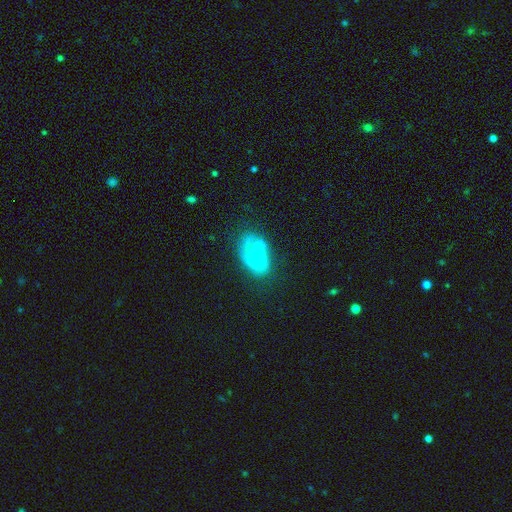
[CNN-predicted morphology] A featured or disk galaxy (68%) with a weak bar (52%), 2 (62%) medium (45%) spiral arms (83%) and a moderate central bulge (56%).

Vote fractions:
- Smooth or featured? featured or disk: 68% / smooth: 25% / star or artifact: 7%
- Edge-on disk? no: 96% / yes: 4%
- Bar? weak: 52% / strong: 25% / no: 23%
- Spiral arms? yes: 83% / no: 17%
- Spiral winding? medium: 45% / tight: 38% / loose: 17%
- Spiral arm count? 2: 62% / can't tell: 20% / 3: 8% / 1: 7% / 4: 2% / more than 4: 2%
- Bulge size? moderate: 56% / small: 27% / large: 9% / none: 6% / dominant: 1%
- Merging? none: 63% / minor disturbance: 24% / major disturbance: 11% / merger: 2%